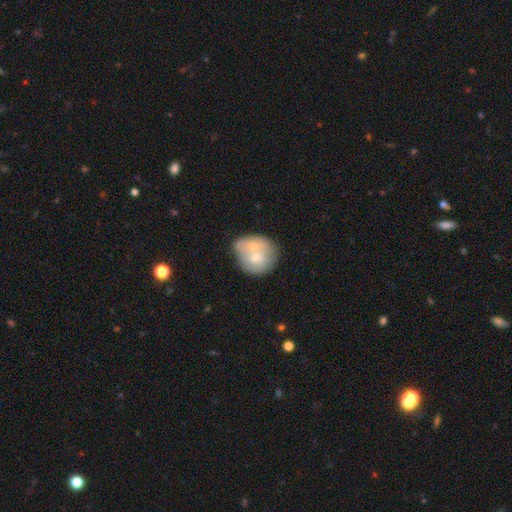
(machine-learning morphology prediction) This is likely a smooth galaxy (61%). How rounded: likely round (72%). Merging: likely merger (62%).